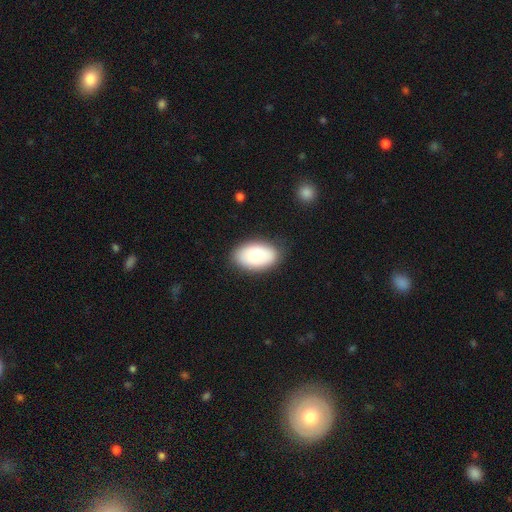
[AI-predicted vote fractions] Smooth or featured? Predicted: smooth (p=0.72). How rounded? Predicted: in between (p=0.92). Merging? Predicted: none (p=0.86).